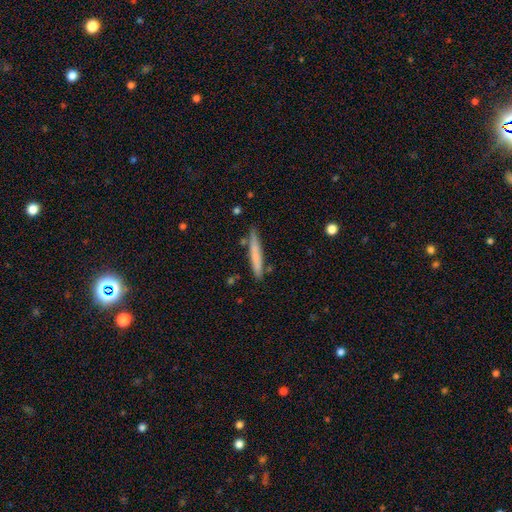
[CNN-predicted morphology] smooth 68%, featured or disk 26%, star or artifact 6%. Down the decision tree: how rounded — cigar-shaped (95%); merging — none (82%).